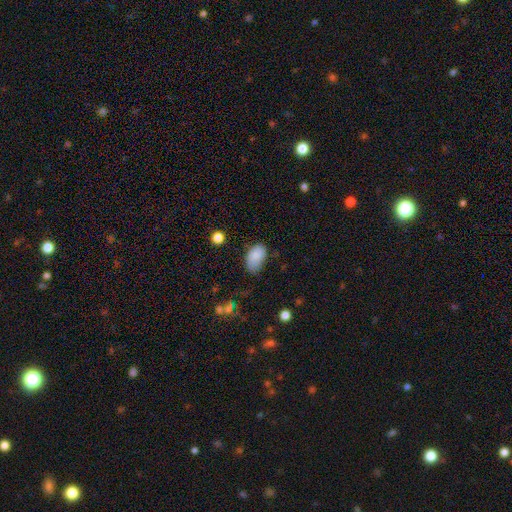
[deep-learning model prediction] Smooth or featured? smooth (83%)
How rounded? in between (92%)
Merging? none (52%)